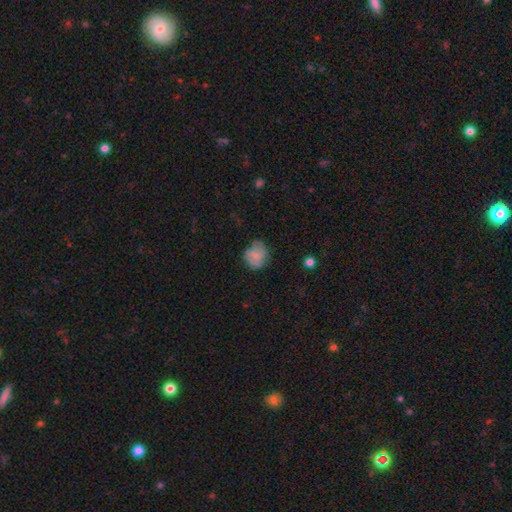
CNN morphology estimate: smooth_or_featured: smooth (p=0.73) [alt: featured or disk p=0.18]
how_rounded: round (p=0.77) [alt: in between p=0.22]
merging: none (p=0.67) [alt: minor disturbance p=0.24]